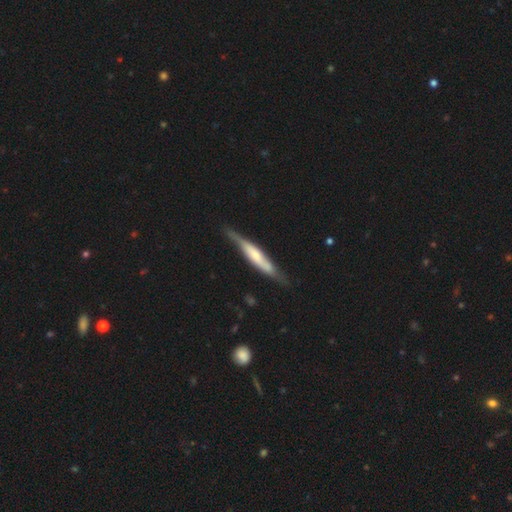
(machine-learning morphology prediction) A featured or disk galaxy (56%) viewed edge-on (81%). Merging: none (73%).